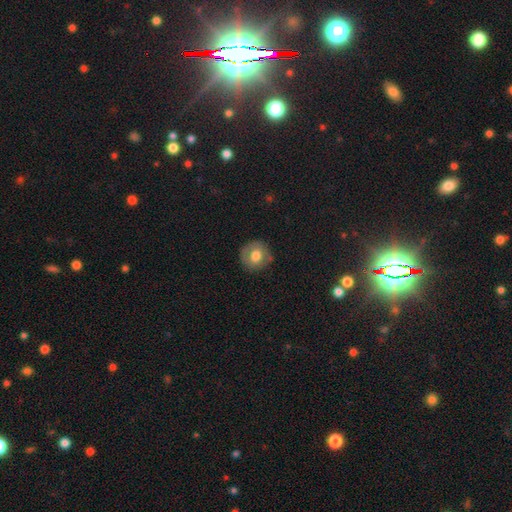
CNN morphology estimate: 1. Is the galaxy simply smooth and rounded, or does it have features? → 66% smooth, 26% featured or disk, 8% star or artifact.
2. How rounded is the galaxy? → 89% round, 10% in between, 1% cigar-shaped.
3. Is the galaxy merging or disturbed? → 81% none, 13% minor disturbance, 4% major disturbance, 2% merger.